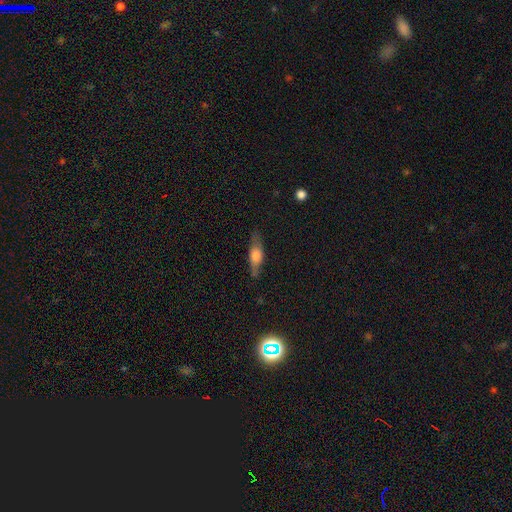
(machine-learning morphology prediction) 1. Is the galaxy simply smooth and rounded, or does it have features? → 53% smooth, 40% featured or disk, 7% star or artifact.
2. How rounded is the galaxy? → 49% in between, 47% cigar-shaped, 5% round.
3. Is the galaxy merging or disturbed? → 74% none, 19% minor disturbance, 5% major disturbance, 2% merger.